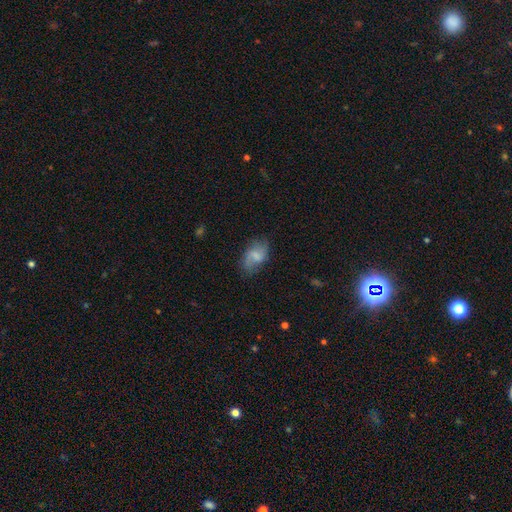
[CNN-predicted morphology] Smooth or featured?
  - smooth: 47% *
  - featured or disk: 45%
  - star or artifact: 8%
Merging?
  - none: 66% *
  - minor disturbance: 22%
  - major disturbance: 10%
  - merger: 2%